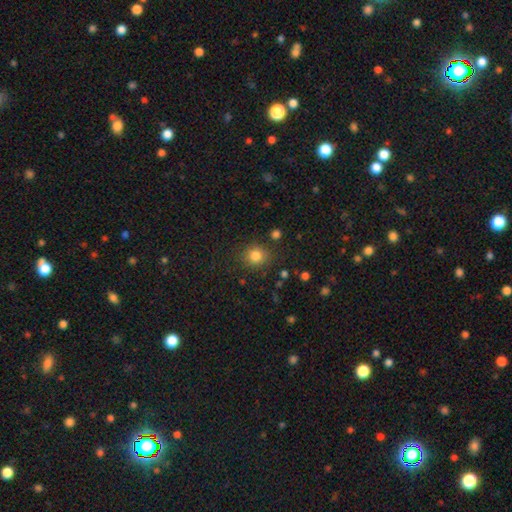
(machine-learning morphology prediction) smooth_or_featured: smooth (p=0.82) [alt: star or artifact p=0.12]
how_rounded: round (p=0.85) [alt: in between p=0.14]
merging: none (p=0.84) [alt: minor disturbance p=0.10]